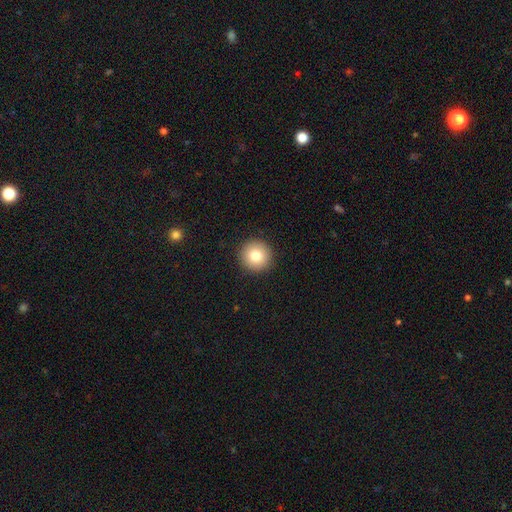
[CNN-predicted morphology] Smooth or featured: smooth — 81% (featured or disk — 10%)
How rounded: round — 95% (in between — 4%)
Merging: none — 93% (minor disturbance — 5%)